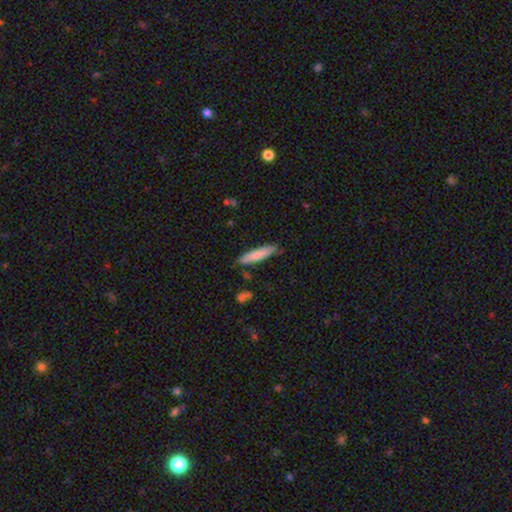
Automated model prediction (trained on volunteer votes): This is likely a smooth galaxy (79%). How rounded: clearly cigar-shaped (86%). Merging: clearly none (83%).